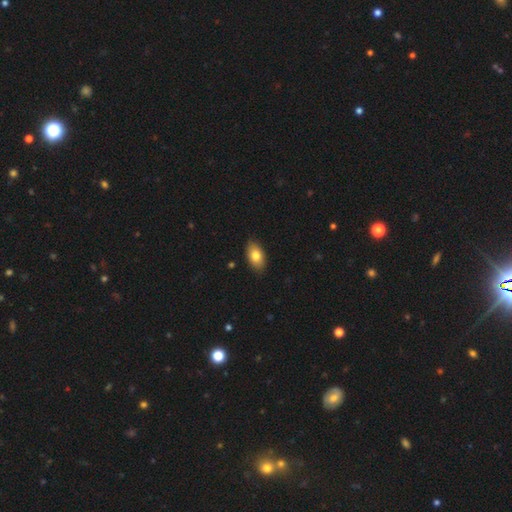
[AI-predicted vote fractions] A smooth galaxy with no disk features (80%) that is in between round and cigar-shaped (91%). Merging: none (87%).